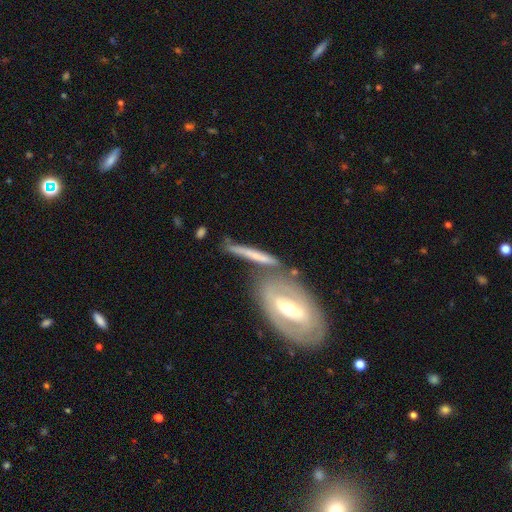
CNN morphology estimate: Smooth or featured? featured or disk (54%)
Edge-on disk? yes (63%)
Merging? none (53%)